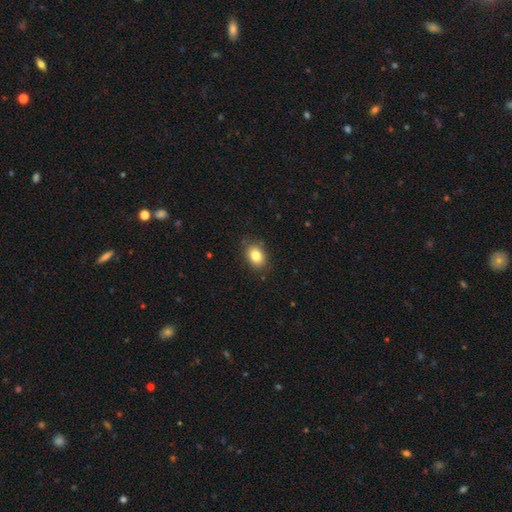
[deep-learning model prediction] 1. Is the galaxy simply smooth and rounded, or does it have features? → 83% smooth, 9% star or artifact, 8% featured or disk.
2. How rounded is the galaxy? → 75% in between, 24% round, 1% cigar-shaped.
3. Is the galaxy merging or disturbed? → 85% none, 11% minor disturbance, 3% major disturbance, 1% merger.